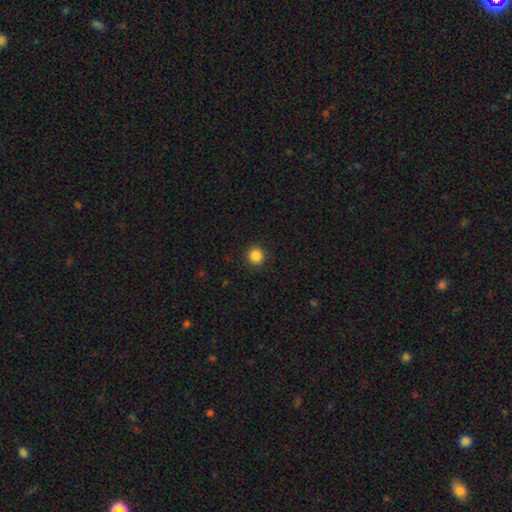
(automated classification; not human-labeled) smooth_or_featured: smooth (p=0.87) [alt: star or artifact p=0.10]
how_rounded: round (p=0.93) [alt: in between p=0.06]
merging: none (p=0.92) [alt: minor disturbance p=0.05]